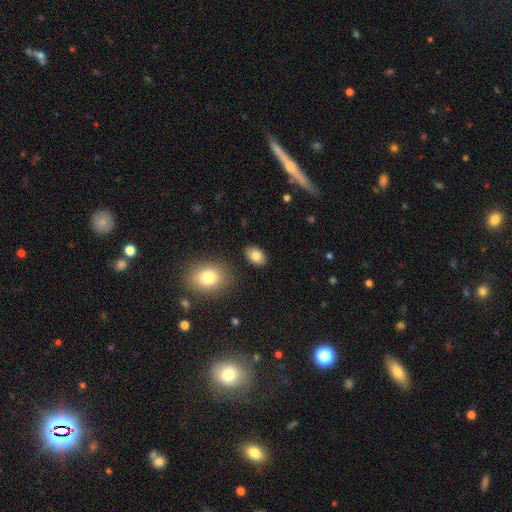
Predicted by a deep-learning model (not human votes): Morphology: type=smooth (83%); roundness=in between (86%); merging=none (87%).